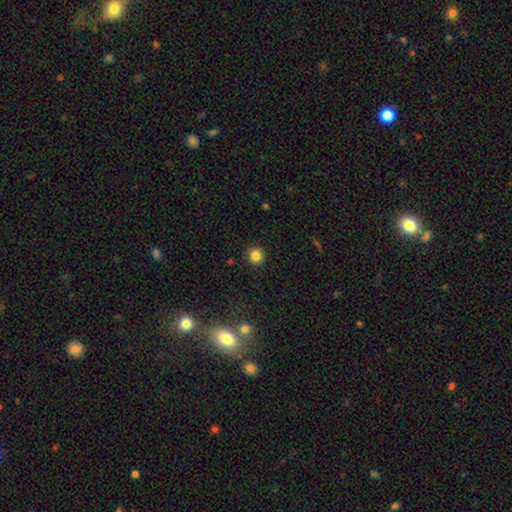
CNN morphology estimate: Smooth or featured? Predicted: smooth (p=0.84). How rounded? Predicted: round (p=0.93). Merging? Predicted: none (p=0.92).